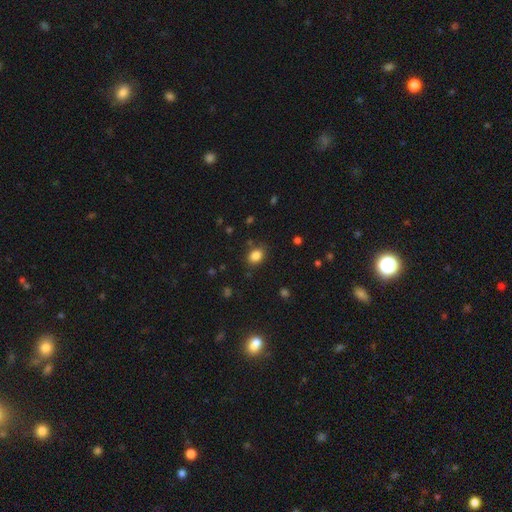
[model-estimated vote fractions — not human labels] Morphology: type=smooth (84%); roundness=in between (67%); merging=none (83%).